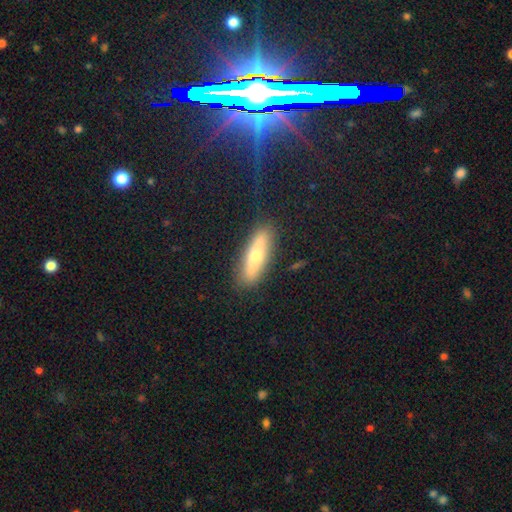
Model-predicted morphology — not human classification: This is possibly a smooth galaxy (56%). How rounded: likely cigar-shaped (62%). Merging: clearly none (86%).